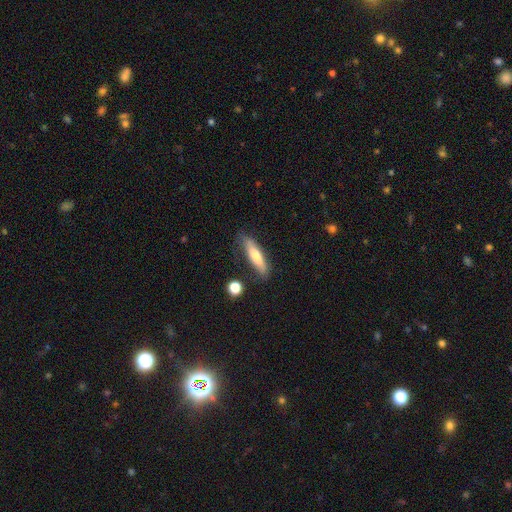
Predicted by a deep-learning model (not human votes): Smooth or featured? smooth (64%)
How rounded? cigar-shaped (74%)
Merging? none (76%)